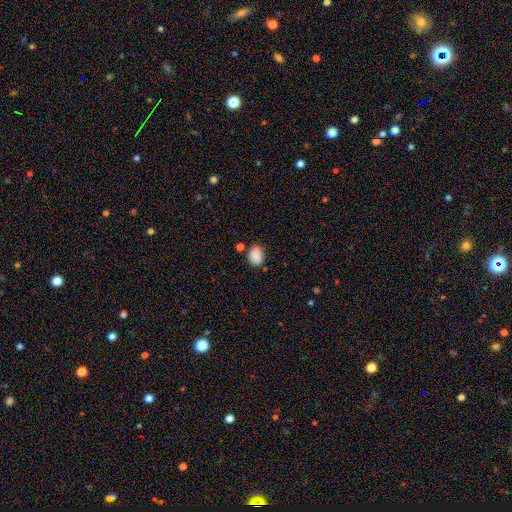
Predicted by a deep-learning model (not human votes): Smooth or featured? Predicted: smooth (p=0.86). How rounded? Predicted: in between (p=0.62). Merging? Predicted: none (p=0.71).